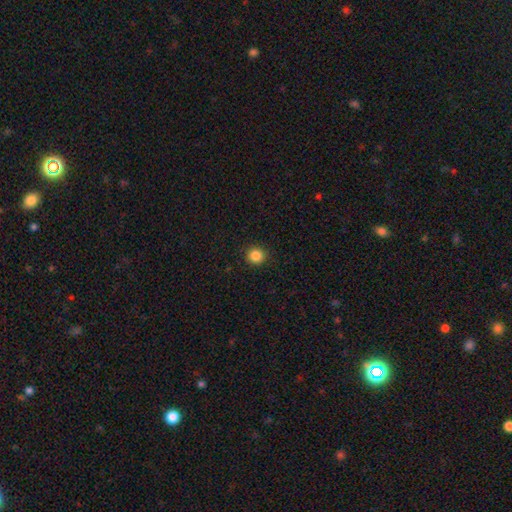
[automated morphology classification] smooth-or-featured: smooth: 85% | star or artifact: 11% | featured or disk: 4%
  how-rounded: round: 94% | in between: 5% | cigar-shaped: 1%
  merging: none: 92% | minor disturbance: 5% | major disturbance: 2% | merger: 1%